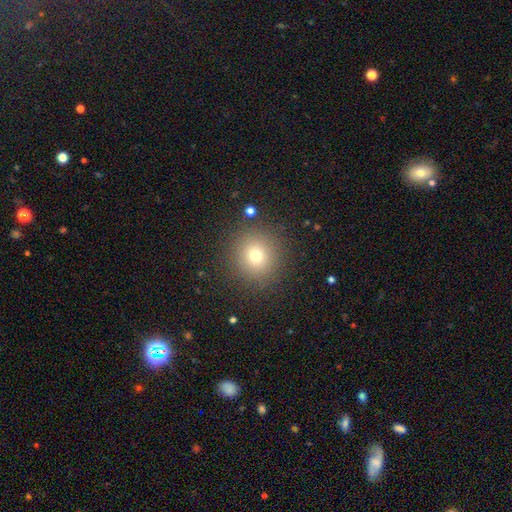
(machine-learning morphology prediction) type=smooth (72%); roundness=round (93%); merging=none (89%).